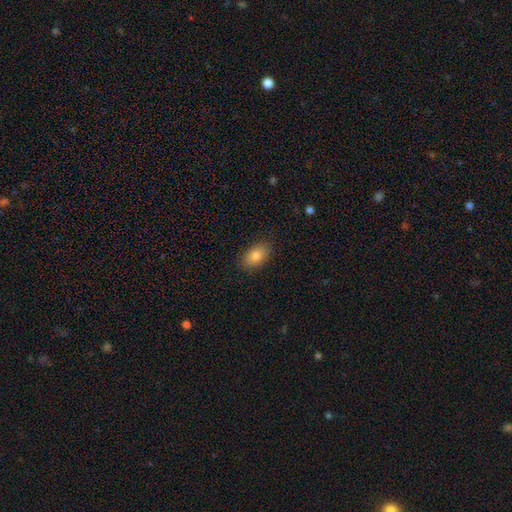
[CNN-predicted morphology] A smooth galaxy with no disk features (83%) that is in between round and cigar-shaped (91%).

Vote fractions:
- Smooth or featured? smooth: 83% / featured or disk: 9% / star or artifact: 8%
- How rounded? in between: 91% / round: 7% / cigar-shaped: 2%
- Merging? none: 86% / minor disturbance: 10% / major disturbance: 2% / merger: 1%